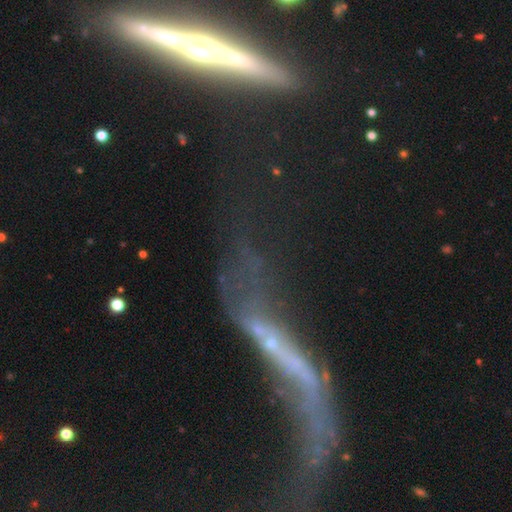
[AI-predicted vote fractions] Smooth or featured? Predicted: featured or disk (p=0.50). Edge-on disk? Predicted: no (p=0.65). Merging? Predicted: major disturbance (p=0.33).